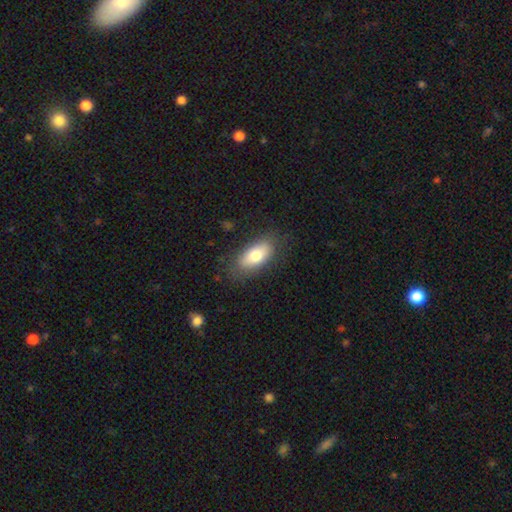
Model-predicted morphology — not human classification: type=smooth (76%); roundness=in between (87%); merging=none (80%).